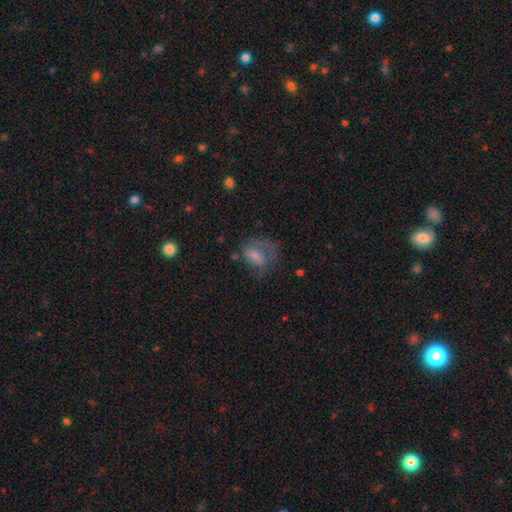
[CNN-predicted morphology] smooth 52%, featured or disk 38%, star or artifact 10%. Down the decision tree: how rounded — in between (70%); merging — major disturbance (38%).